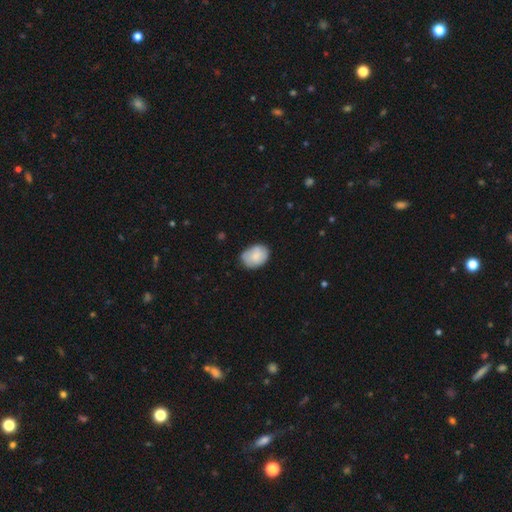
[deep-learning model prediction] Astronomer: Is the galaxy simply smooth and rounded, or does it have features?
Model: smooth — 79%.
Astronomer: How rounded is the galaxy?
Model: in between — 70%.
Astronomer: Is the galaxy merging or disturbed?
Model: none — 71%.